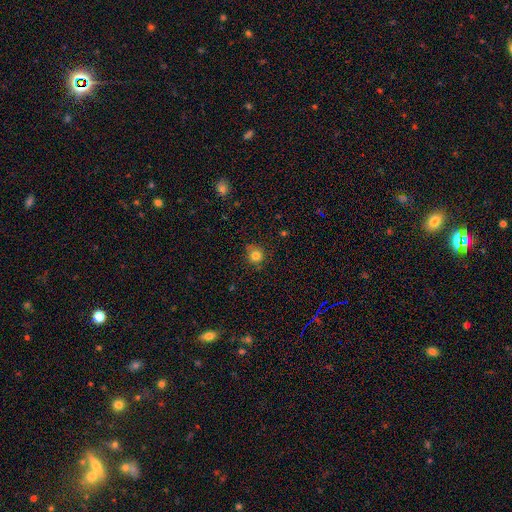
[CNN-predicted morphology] A smooth galaxy with no disk features (81%) that is round (88%).

Vote fractions:
- Smooth or featured? smooth: 81% / star or artifact: 13% / featured or disk: 6%
- How rounded? round: 88% / in between: 11% / cigar-shaped: 1%
- Merging? none: 78% / minor disturbance: 16% / major disturbance: 4% / merger: 2%